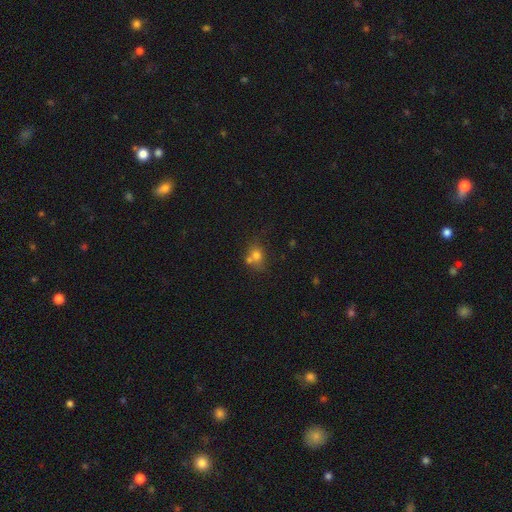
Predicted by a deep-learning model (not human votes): This appears to be a smooth galaxy with no disk features (71%) that is round (61%). Merging: none (42%).